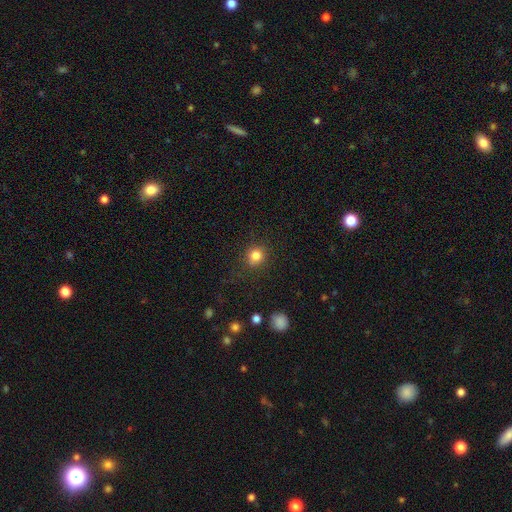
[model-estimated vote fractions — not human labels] Morphology: type=smooth (83%); roundness=round (86%); merging=none (85%).